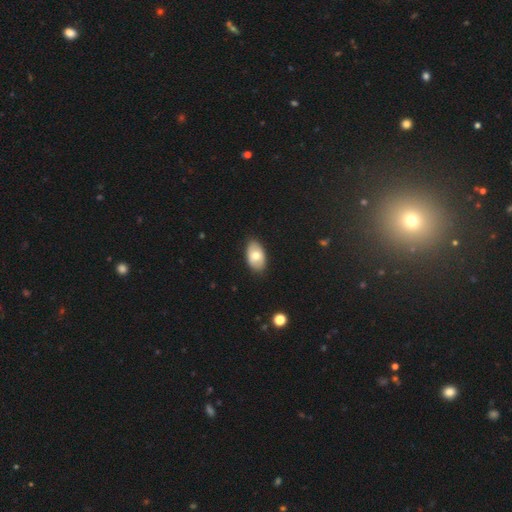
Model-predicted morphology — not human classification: Smooth or featured? Predicted: smooth (p=0.70). How rounded? Predicted: in between (p=0.93). Merging? Predicted: none (p=0.84).